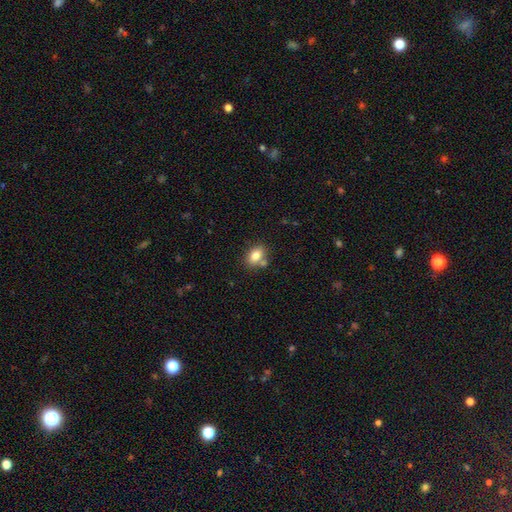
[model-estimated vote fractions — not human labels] Q: Smooth or featured?
A: smooth (81%); runner-up: featured or disk (10%)
Q: How rounded?
A: in between (81%); runner-up: round (17%)
Q: Merging?
A: none (67%); runner-up: merger (17%)